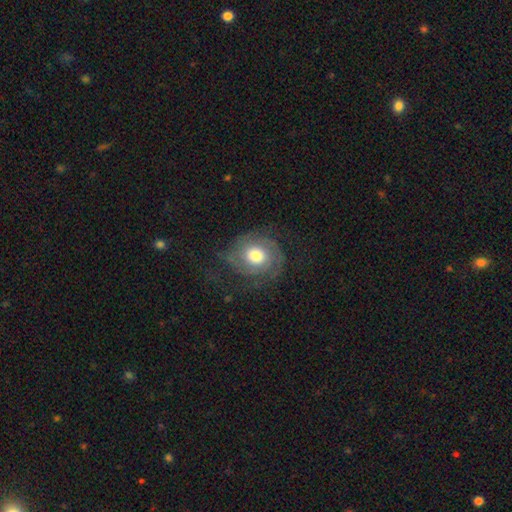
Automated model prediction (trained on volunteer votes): The model was most divided on "spiral winding": tight: 53%, medium: 33%, loose: 14%. Remaining: edge-on disk — no (97%); spiral arms — yes (89%); bar — no (81%); smooth or featured — featured or disk (68%); merging — none (65%); bulge size — moderate (56%); spiral arm count — 2 (49%).